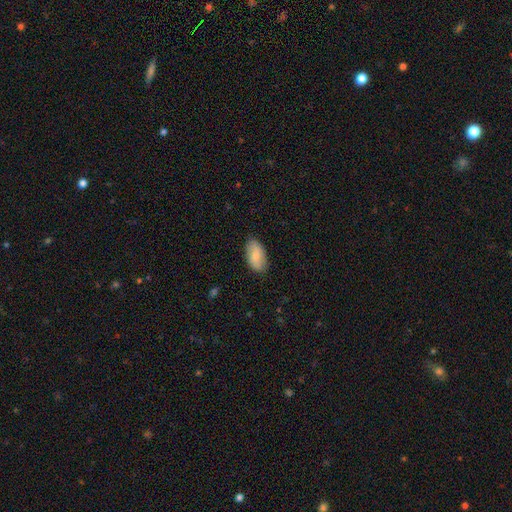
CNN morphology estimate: Overall: smooth (77%). How rounded: in between (94%). Merging: none (81%).